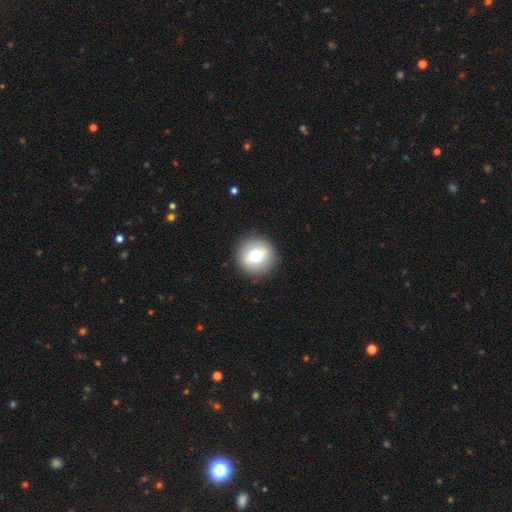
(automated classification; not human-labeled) Overall: smooth (69%). How rounded: round (95%). Merging: none (91%).